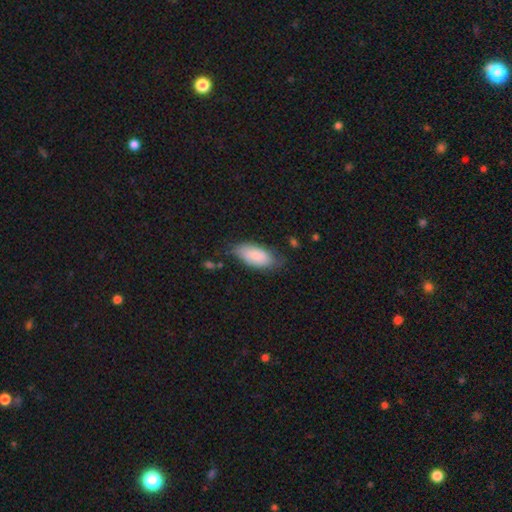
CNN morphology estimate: A smooth galaxy with no disk features (84%) that is in between round and cigar-shaped (91%).

Vote fractions:
- Smooth or featured? smooth: 84% / featured or disk: 10% / star or artifact: 6%
- How rounded? in between: 91% / cigar-shaped: 7% / round: 2%
- Merging? none: 64% / minor disturbance: 28% / major disturbance: 6% / merger: 2%